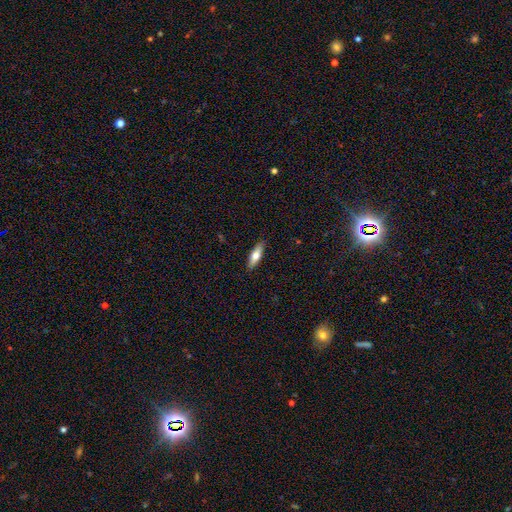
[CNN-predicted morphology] This appears to be a smooth galaxy with no disk features (60%) that is cigar-shaped (54%). Merging: none (89%).